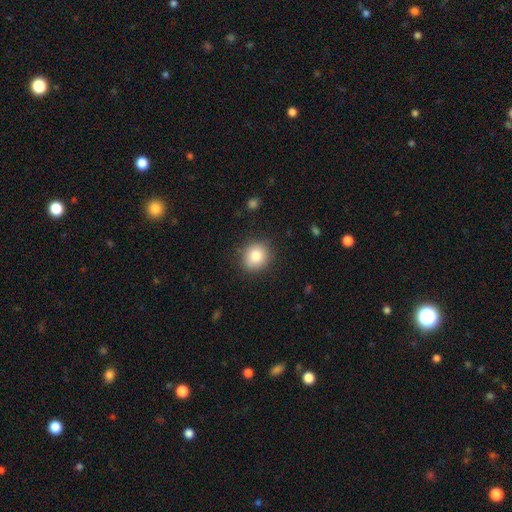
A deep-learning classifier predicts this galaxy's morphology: A smooth galaxy with no disk features (82%) that is round (78%).

Vote fractions:
- Smooth or featured? smooth: 82% / star or artifact: 9% / featured or disk: 8%
- How rounded? round: 78% / in between: 21% / cigar-shaped: 1%
- Merging? none: 87% / minor disturbance: 10% / major disturbance: 3% / merger: 1%